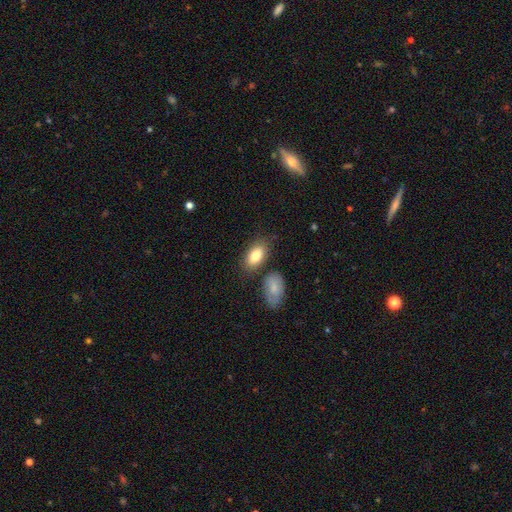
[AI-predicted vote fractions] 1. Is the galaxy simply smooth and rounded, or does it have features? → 83% smooth, 11% featured or disk, 6% star or artifact.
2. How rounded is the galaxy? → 92% in between, 5% round, 3% cigar-shaped.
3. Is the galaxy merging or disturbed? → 73% none, 14% minor disturbance, 10% merger, 4% major disturbance.